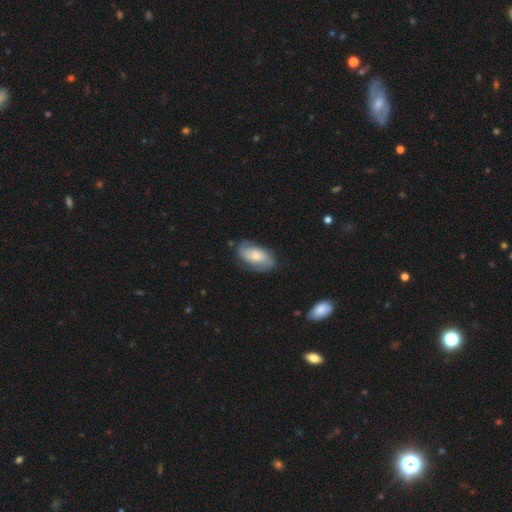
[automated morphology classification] smooth-or-featured: featured or disk: 64% | smooth: 30% | star or artifact: 6%
  disk-edge-on: no: 95% | yes: 5%
    bar: no: 64% | weak: 29% | strong: 7%
    has-spiral-arms: yes: 89% | no: 11%
      spiral-winding: medium: 42% | tight: 36% | loose: 23%
      spiral-arm-count: 2: 70% | can't tell: 16% | 1: 6% | 3: 5% | 4: 2% | more than 4: 2%
    bulge-size: moderate: 52% | small: 33% | large: 10% | none: 4% | dominant: 2%
  merging: none: 69% | minor disturbance: 21% | major disturbance: 8% | merger: 2%